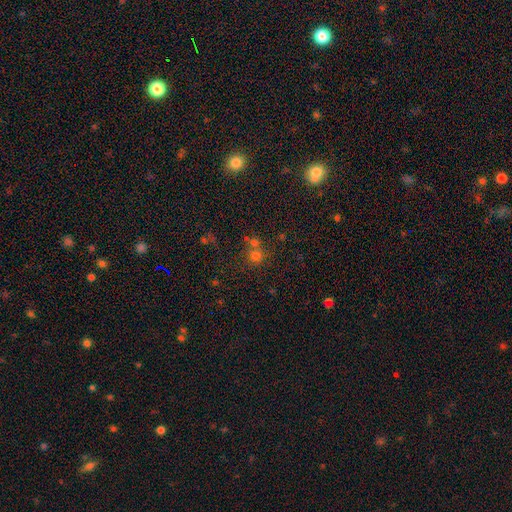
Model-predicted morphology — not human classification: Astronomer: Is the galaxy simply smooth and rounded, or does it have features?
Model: smooth — 69%.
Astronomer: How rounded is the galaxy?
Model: round — 86%.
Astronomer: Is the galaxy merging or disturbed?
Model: none — 53% (runner-up: merger, 35%).